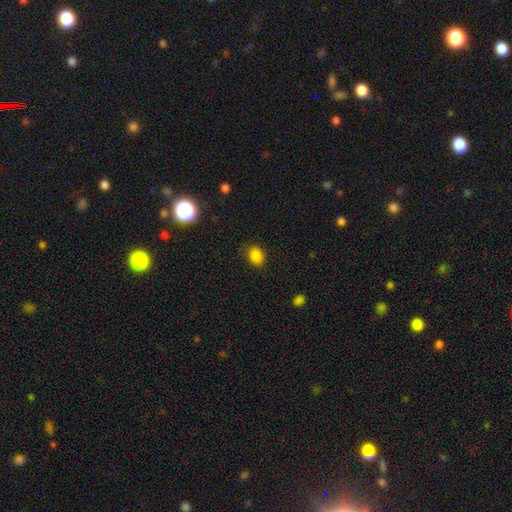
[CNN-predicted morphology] Smooth or featured: smooth — 85% (star or artifact — 11%)
How rounded: in between — 66% (round — 33%)
Merging: none — 85% (minor disturbance — 11%)